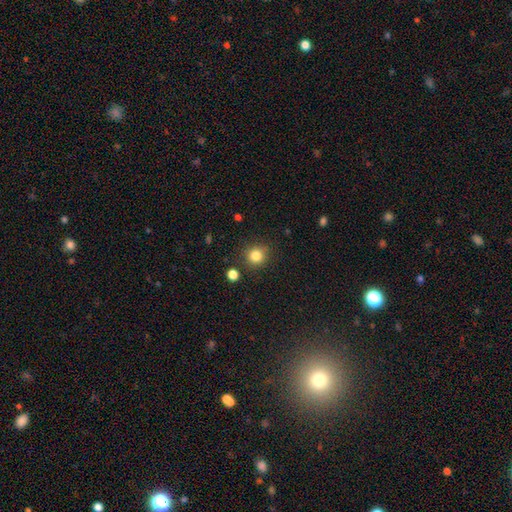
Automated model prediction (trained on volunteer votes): smooth 83%, star or artifact 12%, featured or disk 5%. Down the decision tree: how rounded — round (87%); merging — none (85%).